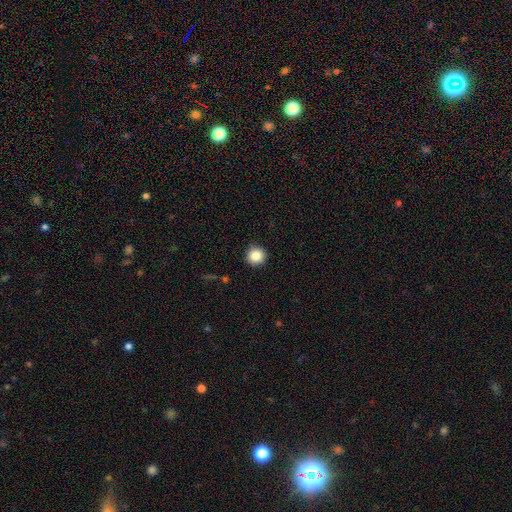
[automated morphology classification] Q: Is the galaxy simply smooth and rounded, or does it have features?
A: smooth — 85%.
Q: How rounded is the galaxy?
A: round — 96%.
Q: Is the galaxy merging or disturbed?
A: none — 92%.